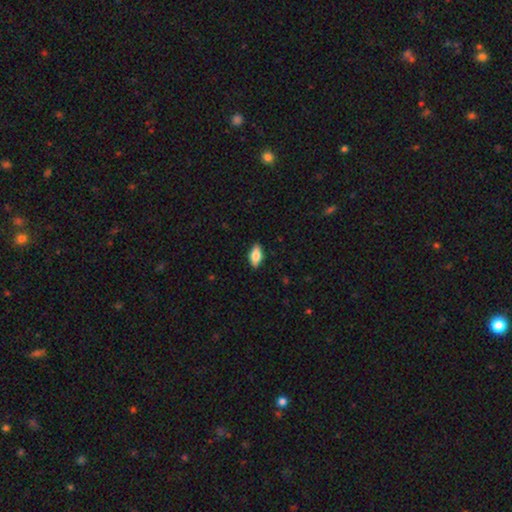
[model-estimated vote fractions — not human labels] smooth-or-featured: smooth: 72% | featured or disk: 21% | star or artifact: 7%
  how-rounded: in between: 88% | cigar-shaped: 9% | round: 4%
  merging: none: 88% | minor disturbance: 9% | major disturbance: 2% | merger: 1%